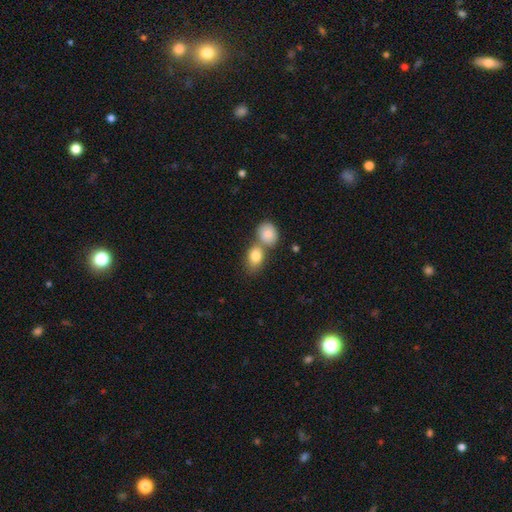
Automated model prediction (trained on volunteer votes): smooth-or-featured: smooth: 81% | featured or disk: 11% | star or artifact: 8%
  how-rounded: in between: 68% | round: 30% | cigar-shaped: 2%
  merging: merger: 51% | none: 37% | minor disturbance: 9% | major disturbance: 3%